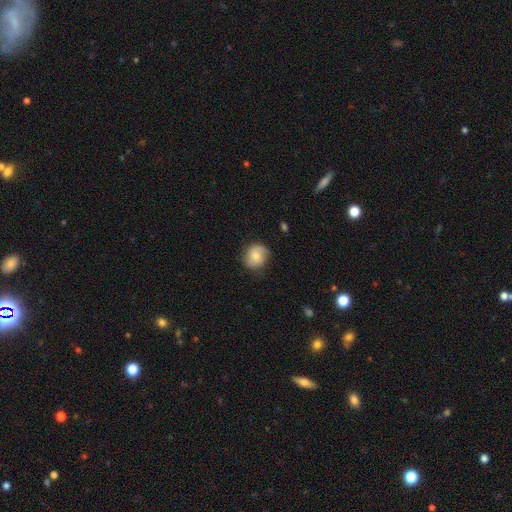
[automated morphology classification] This is possibly a smooth galaxy (58%). How rounded: likely round (73%). Merging: likely none (70%).